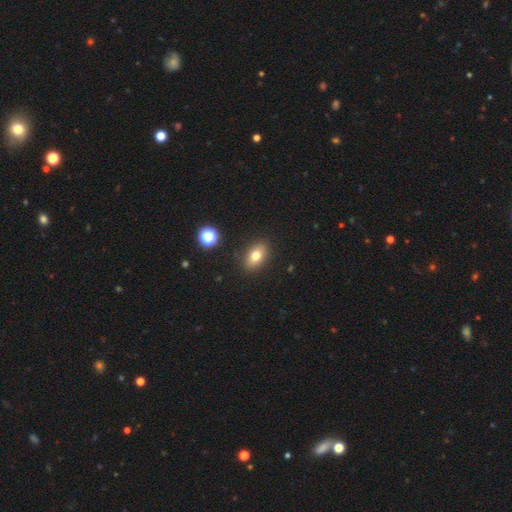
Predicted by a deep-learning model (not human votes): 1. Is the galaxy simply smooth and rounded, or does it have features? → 75% smooth, 14% featured or disk, 11% star or artifact.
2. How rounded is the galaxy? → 81% in between, 17% round, 3% cigar-shaped.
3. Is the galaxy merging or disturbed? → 87% none, 9% minor disturbance, 2% major disturbance, 2% merger.